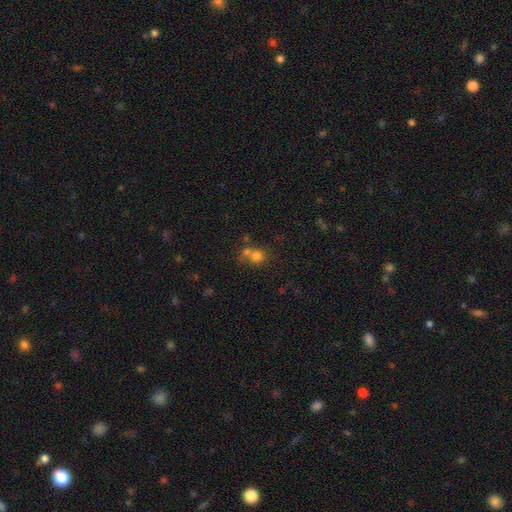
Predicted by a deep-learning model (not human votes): Q: Smooth or featured?
A: smooth (75%); runner-up: star or artifact (14%)
Q: How rounded?
A: round (83%); runner-up: in between (16%)
Q: Merging?
A: merger (45%); runner-up: none (42%)